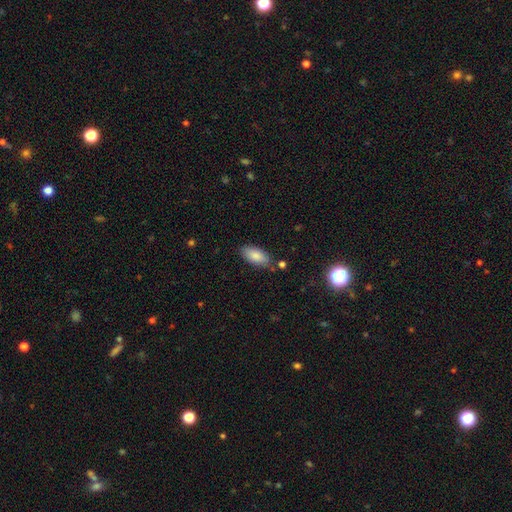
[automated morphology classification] A smooth galaxy with no disk features (84%) that is in between round and cigar-shaped (90%). Merging: none (79%).